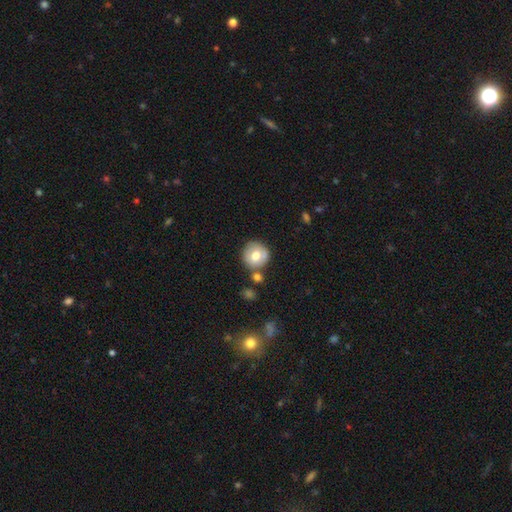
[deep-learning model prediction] smooth_or_featured: smooth (p=0.71) [alt: featured or disk p=0.21]
how_rounded: round (p=0.92) [alt: in between p=0.07]
merging: none (p=0.72) [alt: minor disturbance p=0.13]